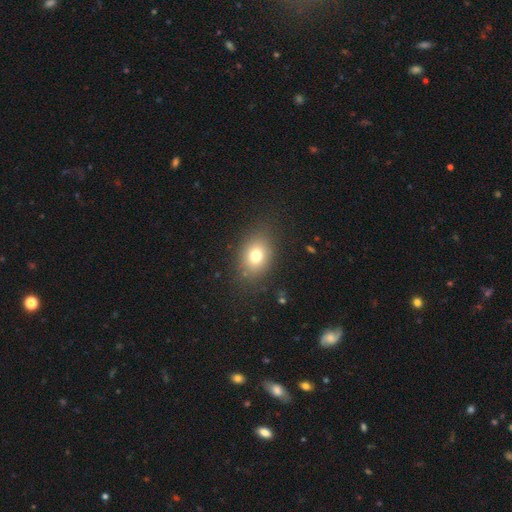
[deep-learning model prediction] The model was most divided on "how rounded": in between: 66%, round: 33%, cigar-shaped: 1%. More confident: merging — none (83%); smooth or featured — smooth (75%).